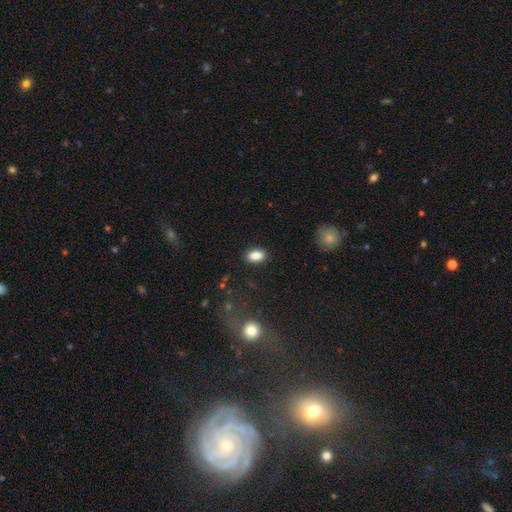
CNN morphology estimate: smooth-or-featured: smooth: 86% | star or artifact: 9% | featured or disk: 5%
  how-rounded: in between: 89% | round: 9% | cigar-shaped: 2%
  merging: none: 87% | minor disturbance: 9% | major disturbance: 2% | merger: 1%